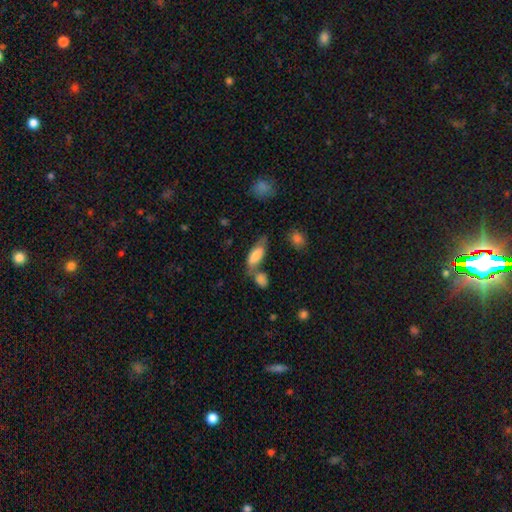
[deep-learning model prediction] Smooth or featured? smooth (74%)
How rounded? in between (74%)
Merging? none (41%)